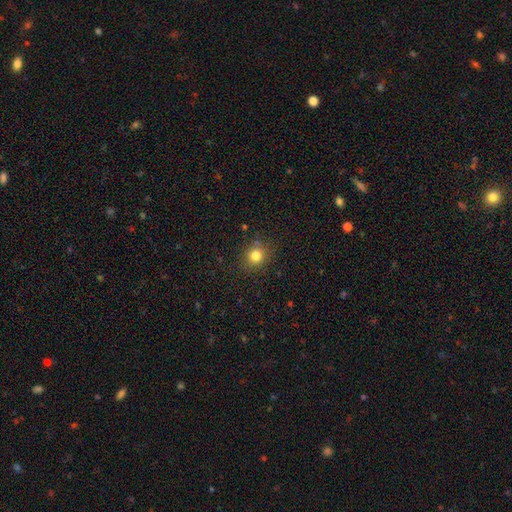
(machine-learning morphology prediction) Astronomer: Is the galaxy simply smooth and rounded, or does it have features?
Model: smooth — 81%.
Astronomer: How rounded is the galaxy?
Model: round — 84%.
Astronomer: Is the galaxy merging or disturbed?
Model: none — 85%.